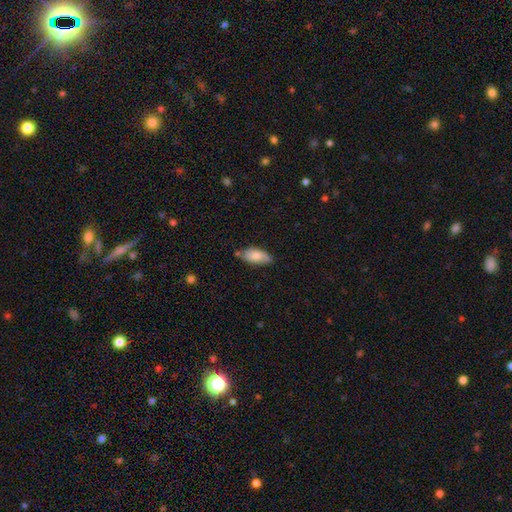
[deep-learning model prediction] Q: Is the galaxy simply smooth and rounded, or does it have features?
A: smooth — 79%.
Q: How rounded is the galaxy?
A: in between — 89%.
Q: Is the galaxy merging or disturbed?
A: none — 63%.